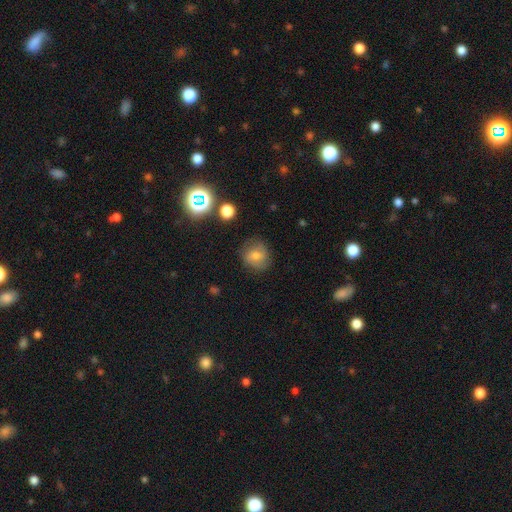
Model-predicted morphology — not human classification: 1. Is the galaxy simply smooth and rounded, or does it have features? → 66% smooth, 19% featured or disk, 15% star or artifact.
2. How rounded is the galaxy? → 83% round, 16% in between, 1% cigar-shaped.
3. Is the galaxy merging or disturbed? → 79% none, 15% minor disturbance, 5% major disturbance, 2% merger.